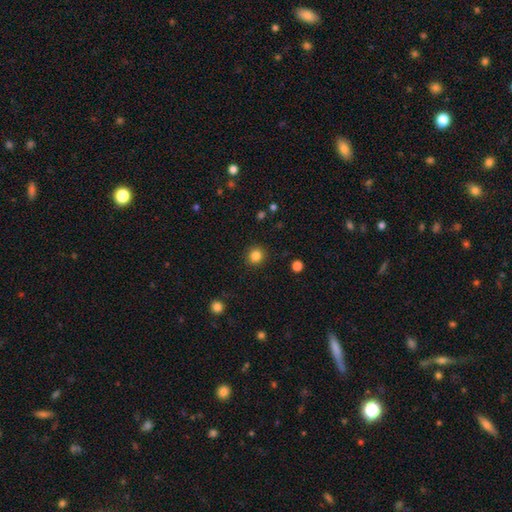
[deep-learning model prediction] Smooth or featured?
  - smooth: 84% *
  - star or artifact: 12%
  - featured or disk: 5%
How rounded?
  - round: 92% *
  - in between: 7%
  - cigar-shaped: 1%
Merging?
  - none: 91% *
  - minor disturbance: 6%
  - major disturbance: 2%
  - merger: 1%